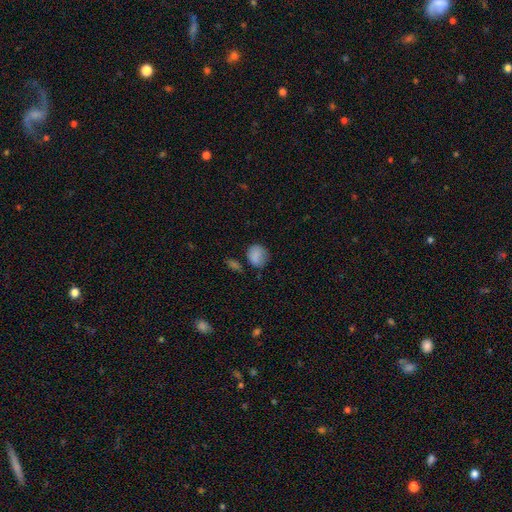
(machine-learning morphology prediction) A smooth galaxy with no disk features (84%) that is round (62%).

Vote fractions:
- Smooth or featured? smooth: 84% / star or artifact: 10% / featured or disk: 7%
- How rounded? round: 62% / in between: 37% / cigar-shaped: 1%
- Merging? none: 59% / minor disturbance: 27% / major disturbance: 9% / merger: 5%